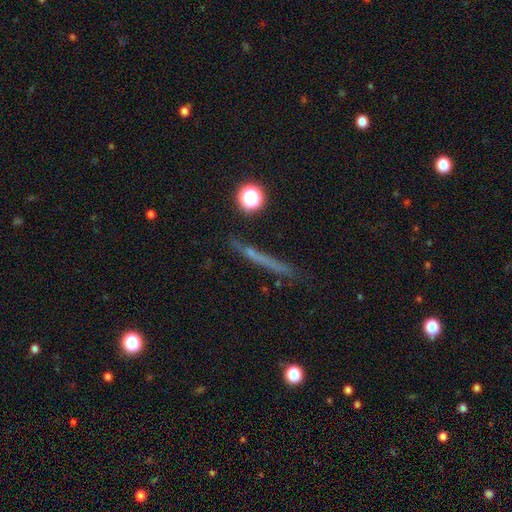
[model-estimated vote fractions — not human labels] smooth_or_featured: smooth (p=0.47) [alt: featured or disk p=0.39]
merging: none (p=0.83) [alt: minor disturbance p=0.11]